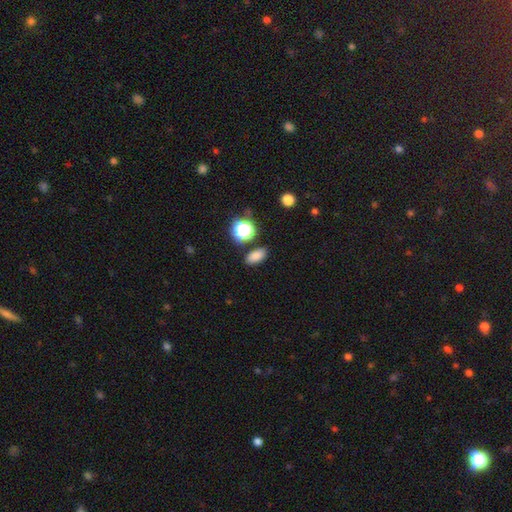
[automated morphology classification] Smooth or featured?
  - smooth: 79% *
  - star or artifact: 16%
  - featured or disk: 6%
How rounded?
  - in between: 85% *
  - round: 12%
  - cigar-shaped: 3%
Merging?
  - none: 84% *
  - minor disturbance: 10%
  - merger: 4%
  - major disturbance: 3%